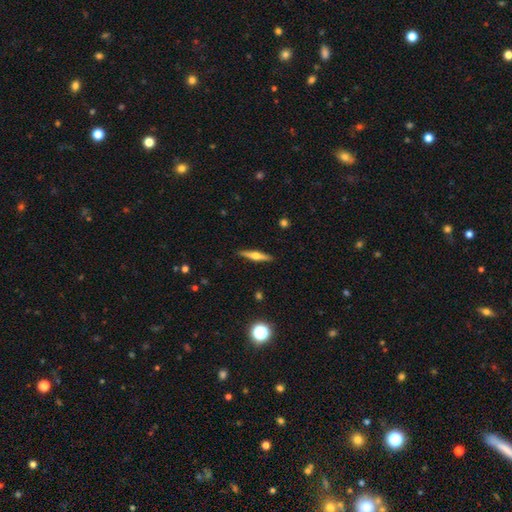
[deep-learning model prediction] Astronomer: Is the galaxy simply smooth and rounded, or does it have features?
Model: featured or disk — 62%.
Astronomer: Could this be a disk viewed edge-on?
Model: yes — 97%.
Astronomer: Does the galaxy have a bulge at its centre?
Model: rounded — 93%.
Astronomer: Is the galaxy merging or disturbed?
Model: none — 90%.